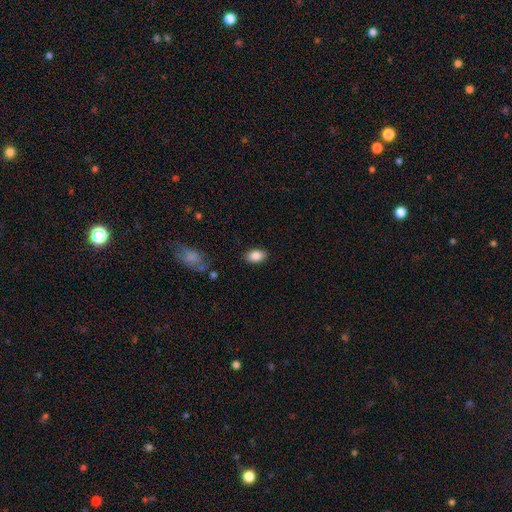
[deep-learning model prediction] smooth-or-featured: smooth: 86% | star or artifact: 8% | featured or disk: 6%
  how-rounded: in between: 88% | round: 10% | cigar-shaped: 1%
  merging: none: 87% | minor disturbance: 9% | major disturbance: 2% | merger: 1%